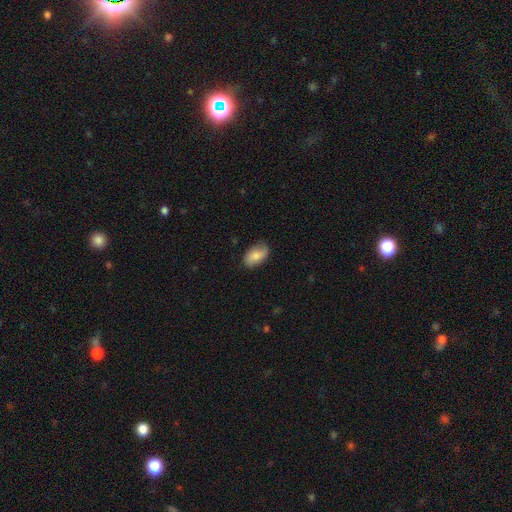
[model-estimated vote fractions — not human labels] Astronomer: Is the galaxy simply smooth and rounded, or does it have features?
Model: smooth — 73%.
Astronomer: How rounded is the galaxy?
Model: in between — 92%.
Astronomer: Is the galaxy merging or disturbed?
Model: none — 76%.